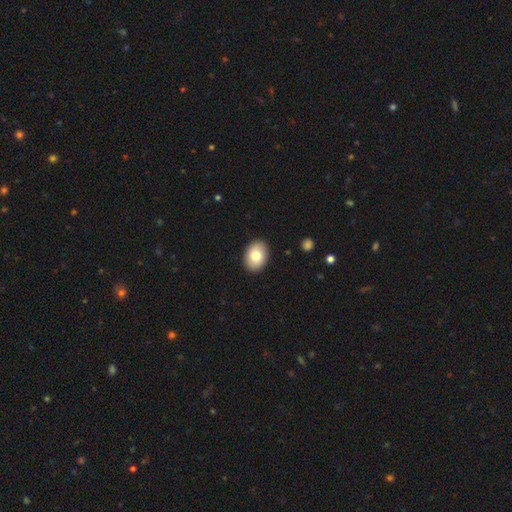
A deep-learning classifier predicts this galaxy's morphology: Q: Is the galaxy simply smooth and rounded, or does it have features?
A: smooth — 81%.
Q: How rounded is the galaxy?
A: in between — 81%.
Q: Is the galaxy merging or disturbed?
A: none — 90%.